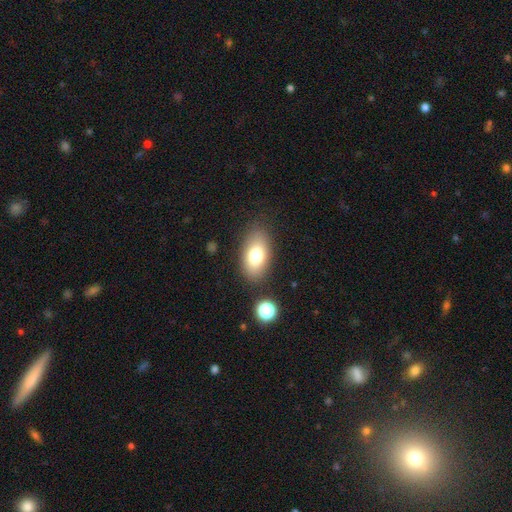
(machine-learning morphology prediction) Q: Smooth or featured?
A: smooth (76%); runner-up: featured or disk (15%)
Q: How rounded?
A: in between (90%); runner-up: round (7%)
Q: Merging?
A: none (82%); runner-up: minor disturbance (11%)